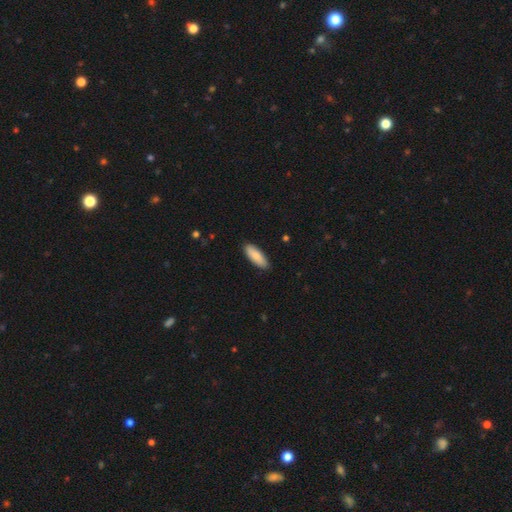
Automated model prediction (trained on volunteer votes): Smooth or featured? Predicted: smooth (p=0.85). How rounded? Predicted: in between (p=0.65). Merging? Predicted: none (p=0.88).